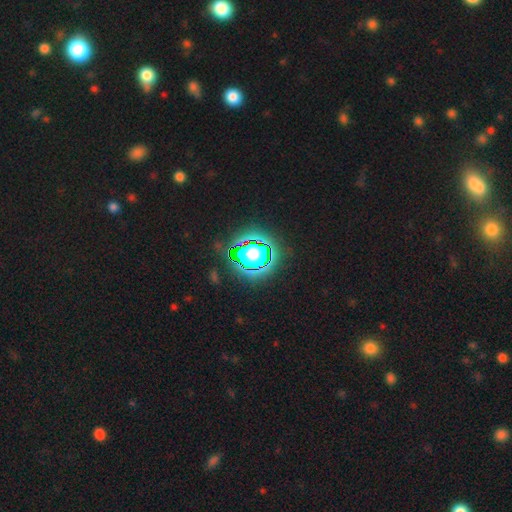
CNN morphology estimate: Smooth or featured?
  - star or artifact: 77% *
  - smooth: 14%
  - featured or disk: 9%